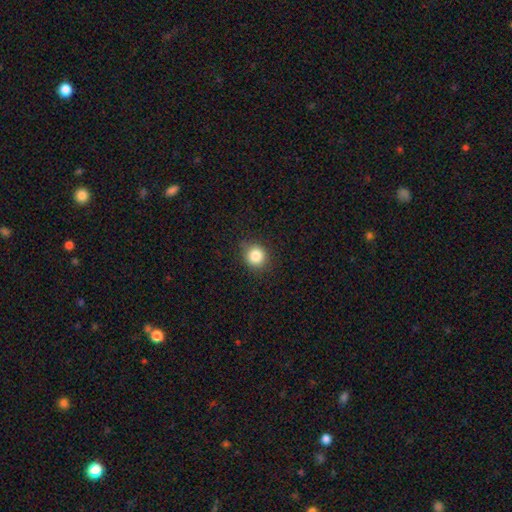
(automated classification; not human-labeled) Smooth or featured?
  - smooth: 84% *
  - star or artifact: 10%
  - featured or disk: 5%
How rounded?
  - round: 84% *
  - in between: 15%
  - cigar-shaped: 1%
Merging?
  - none: 86% *
  - minor disturbance: 11%
  - major disturbance: 3%
  - merger: 1%